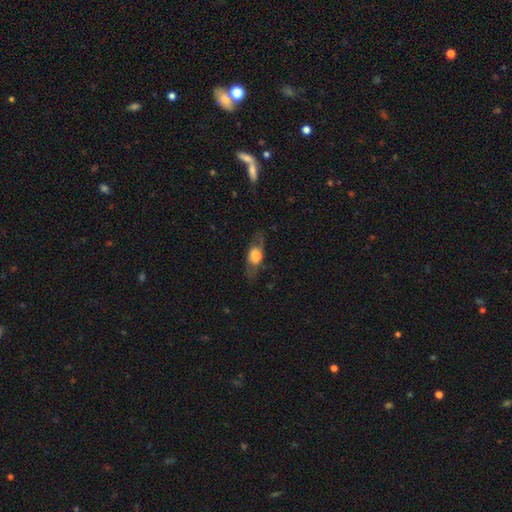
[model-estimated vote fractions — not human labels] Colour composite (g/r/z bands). It shows a smooth galaxy with no disk features (49%). Merging: none (65%).